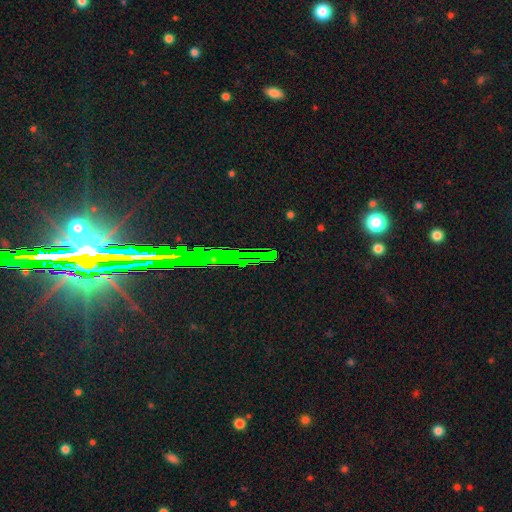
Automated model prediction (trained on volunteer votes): smooth_or_featured: star or artifact (p=0.63) [alt: featured or disk p=0.20]